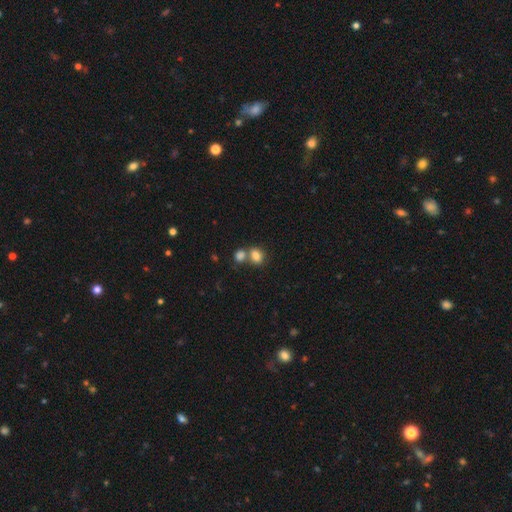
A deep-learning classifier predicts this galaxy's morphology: type=smooth (82%); roundness=in between (65%); merging=merger (47%).